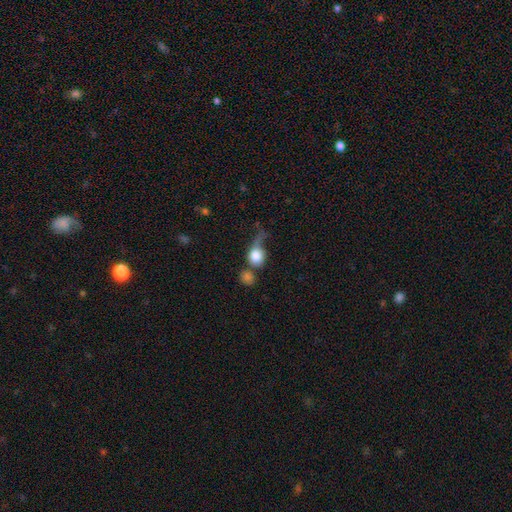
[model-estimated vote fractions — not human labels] smooth 74%, featured or disk 17%, star or artifact 9%. Down the decision tree: how rounded — round (72%); merging — major disturbance (36%).